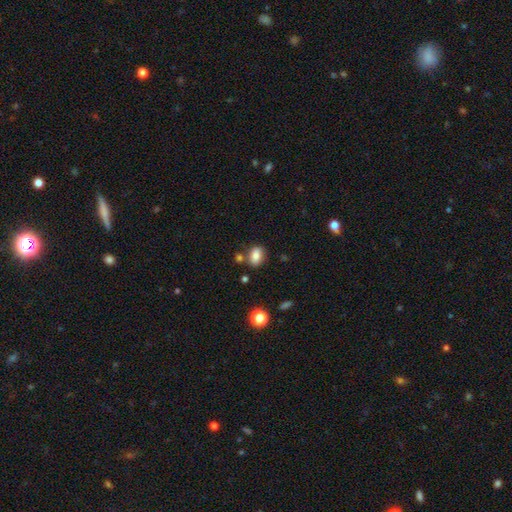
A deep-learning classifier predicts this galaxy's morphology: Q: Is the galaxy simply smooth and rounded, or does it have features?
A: smooth — 83%.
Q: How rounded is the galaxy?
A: in between — 79%.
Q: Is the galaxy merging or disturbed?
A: none — 73%.